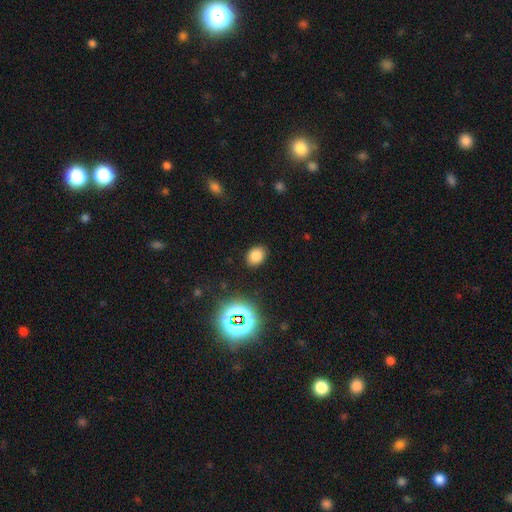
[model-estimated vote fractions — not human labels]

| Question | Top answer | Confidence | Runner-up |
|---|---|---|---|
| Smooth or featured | smooth | 76% | star or artifact (17%) |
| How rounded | in between | 60% | round (39%) |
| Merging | none | 88% | minor disturbance (8%) |